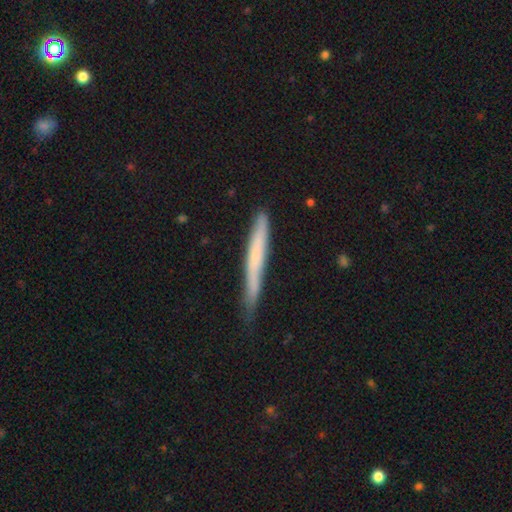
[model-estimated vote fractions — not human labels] The model was most divided on "smooth or featured": smooth: 51%, featured or disk: 42%, star or artifact: 7%. More confident: how rounded — cigar-shaped (96%); merging — none (73%).